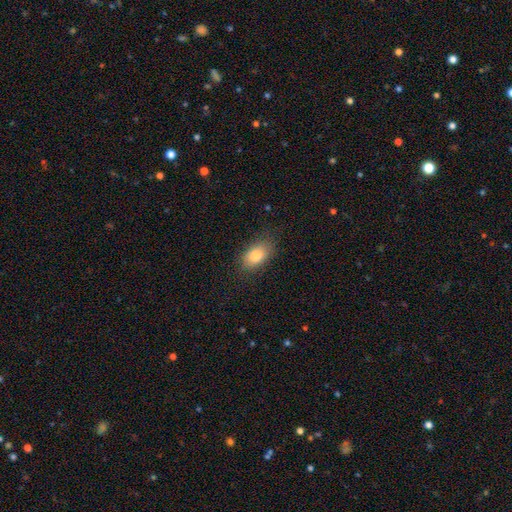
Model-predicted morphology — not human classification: Smooth or featured? Predicted: smooth (p=0.82). How rounded? Predicted: in between (p=0.88). Merging? Predicted: none (p=0.80).